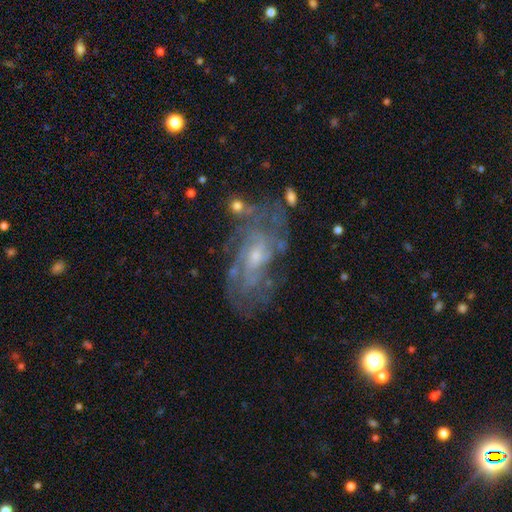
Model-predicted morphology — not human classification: smooth-or-featured: featured or disk: 76% | smooth: 13% | star or artifact: 11%
  disk-edge-on: no: 93% | yes: 7%
    bar: no: 64% | weak: 31% | strong: 6%
    has-spiral-arms: yes: 82% | no: 18%
      spiral-winding: tight: 48% | medium: 37% | loose: 15%
      spiral-arm-count: can't tell: 51% | 2: 17% | 3: 12% | 4: 10% | more than 4: 6% | 1: 5%
    bulge-size: small: 58% | moderate: 34% | none: 5% | large: 2% | dominant: 1%
  merging: none: 66% | minor disturbance: 18% | major disturbance: 12% | merger: 4%